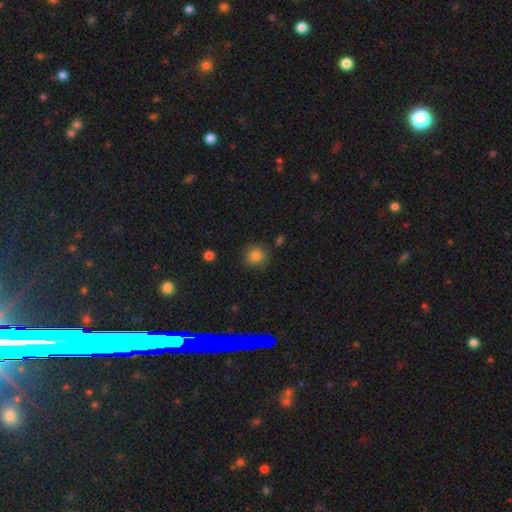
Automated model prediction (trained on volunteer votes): smooth-or-featured: smooth: 81% | star or artifact: 12% | featured or disk: 6%
  how-rounded: round: 92% | in between: 7% | cigar-shaped: 1%
  merging: none: 87% | minor disturbance: 8% | major disturbance: 2% | merger: 2%